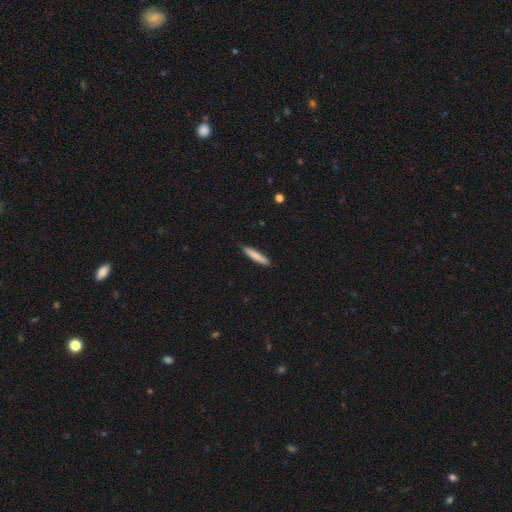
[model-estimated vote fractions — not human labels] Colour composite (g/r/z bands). It shows a smooth galaxy with no disk features (79%) that is cigar-shaped (92%). Merging: none (87%).